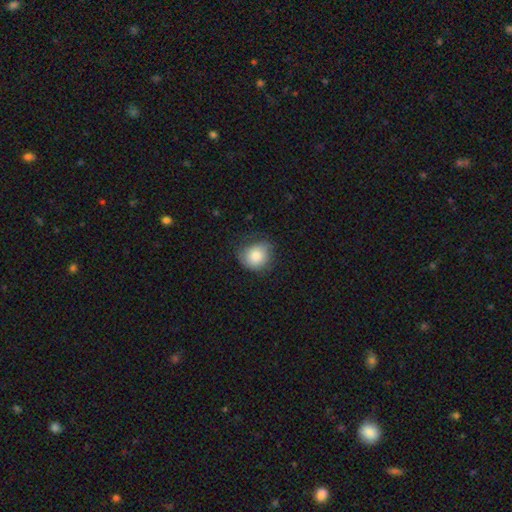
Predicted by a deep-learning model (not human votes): The model was most divided on "merging": none: 63%, minor disturbance: 27%, major disturbance: 8%, merger: 1%. More confident: smooth or featured — smooth (82%); how rounded — round (76%).